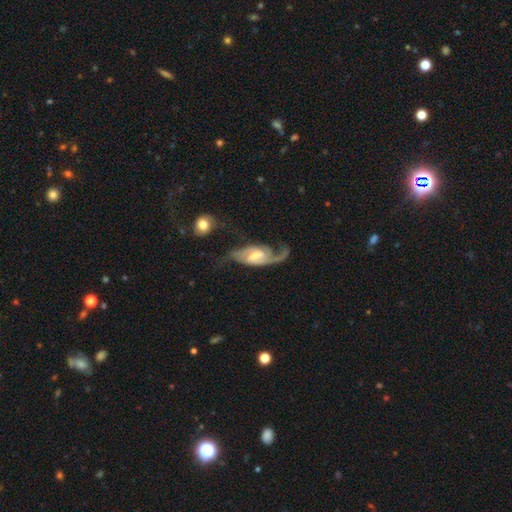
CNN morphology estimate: The model was most divided on "spiral winding" (2-way tie): loose: 42%, medium: 42%, tight: 16%. Remaining: spiral arms — yes (96%); edge-on disk — no (95%); smooth or featured — featured or disk (87%); spiral arm count — 2 (82%); bar — weak (53%); merging — none (48%); bulge size — moderate (46%).